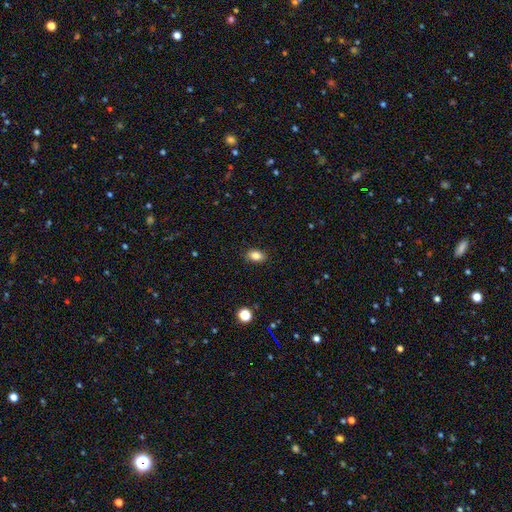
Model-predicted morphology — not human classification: Q: Smooth or featured?
A: smooth (85%); runner-up: star or artifact (10%)
Q: How rounded?
A: in between (84%); runner-up: round (14%)
Q: Merging?
A: none (88%); runner-up: minor disturbance (9%)